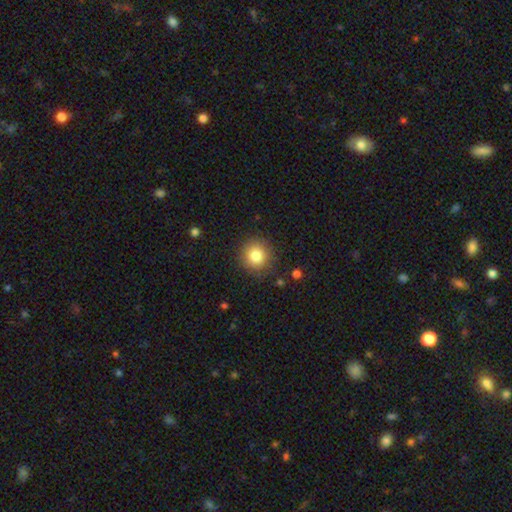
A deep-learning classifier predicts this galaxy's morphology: This appears to be a smooth galaxy with no disk features (83%) that is round (91%). Merging: none (87%).